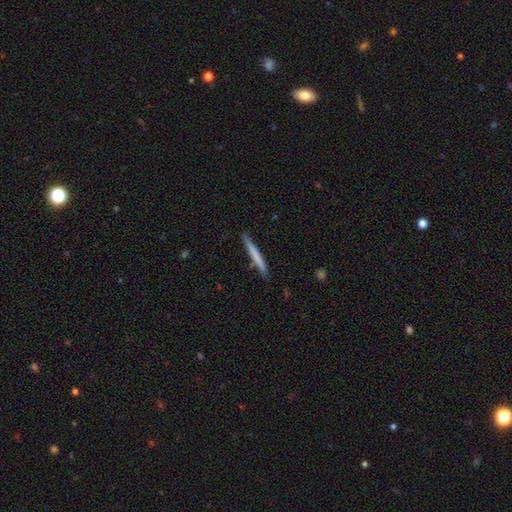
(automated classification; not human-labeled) The model was most divided on "smooth or featured": smooth: 65%, featured or disk: 30%, star or artifact: 5%. More confident: how rounded — cigar-shaped (97%); merging — none (87%).